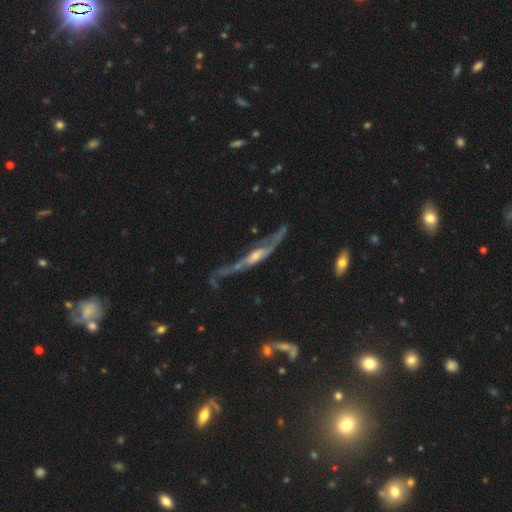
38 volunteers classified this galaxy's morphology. Q: Smooth or featured?
A: featured or disk (87%); runner-up: smooth (8%)
Q: Edge-on disk?
A: yes (58%); runner-up: no (42%)
Q: Edge-on bulge?
A: rounded (79%); runner-up: boxy (11%)
Q: Merging?
A: none (36%); runner-up: minor disturbance (31%)